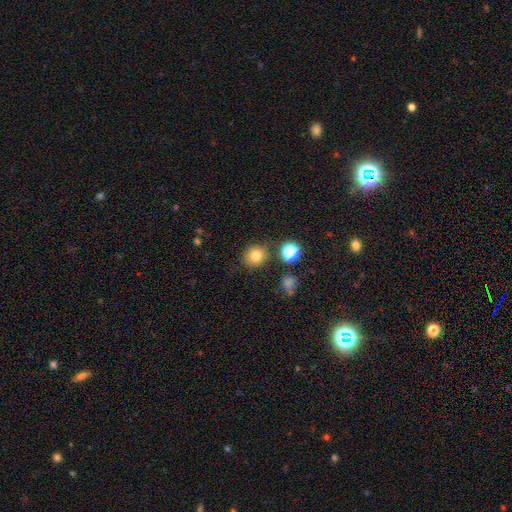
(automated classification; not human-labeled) smooth_or_featured: smooth (p=0.77) [alt: star or artifact p=0.15]
how_rounded: round (p=0.81) [alt: in between p=0.18]
merging: none (p=0.82) [alt: minor disturbance p=0.10]